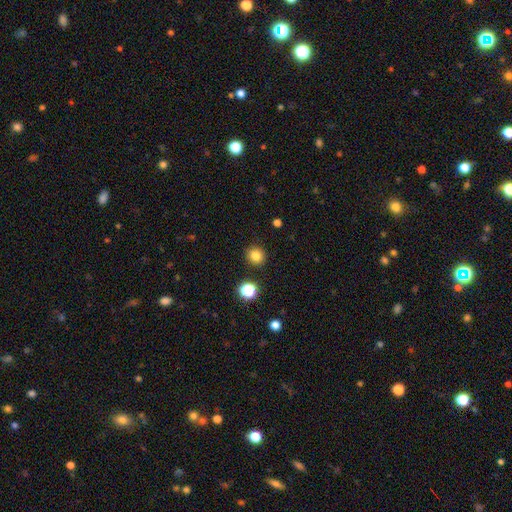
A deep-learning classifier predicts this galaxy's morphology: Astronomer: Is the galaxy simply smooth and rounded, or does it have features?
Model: smooth — 81%.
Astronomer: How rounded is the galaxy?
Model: round — 90%.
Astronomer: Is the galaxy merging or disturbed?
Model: none — 90%.